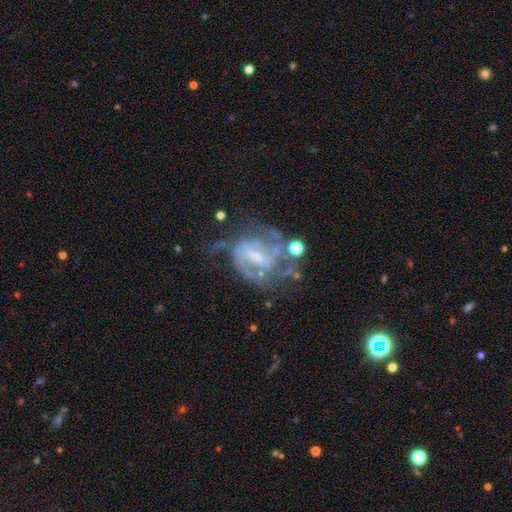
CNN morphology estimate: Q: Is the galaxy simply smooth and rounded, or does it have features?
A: featured or disk — 81%.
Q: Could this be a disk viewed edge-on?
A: no — 97%.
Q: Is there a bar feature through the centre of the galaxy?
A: weak — 51%.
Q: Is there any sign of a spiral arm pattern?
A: yes — 86%.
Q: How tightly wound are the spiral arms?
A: medium — 46%.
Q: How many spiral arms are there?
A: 2 — 43%.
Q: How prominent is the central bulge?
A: small — 42%.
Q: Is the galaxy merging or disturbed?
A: none — 43%.